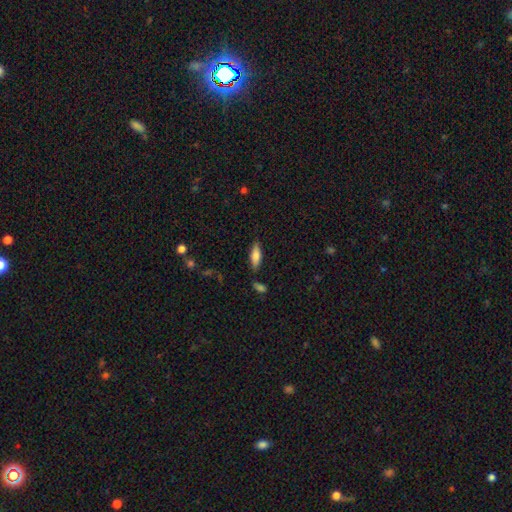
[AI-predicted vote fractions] Morphology: type=smooth (75%); roundness=in between (60%); merging=none (82%).